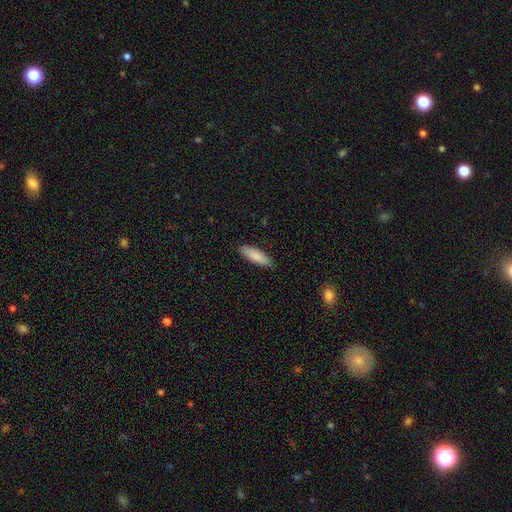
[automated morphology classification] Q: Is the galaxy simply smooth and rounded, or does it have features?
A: smooth — 86%.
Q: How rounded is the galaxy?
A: cigar-shaped — 55%.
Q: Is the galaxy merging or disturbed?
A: none — 89%.